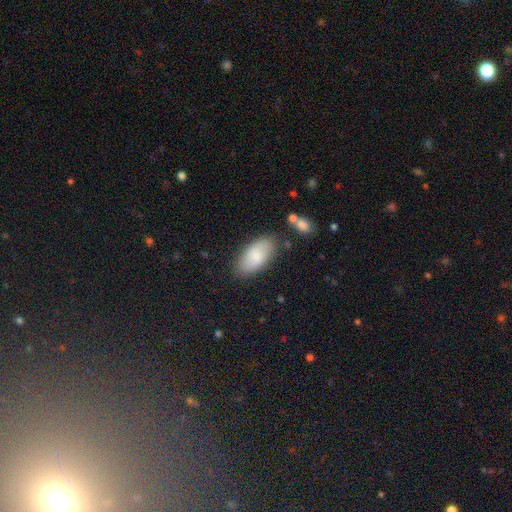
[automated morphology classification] Overall: smooth (82%). How rounded: in between (93%). Merging: none (81%).